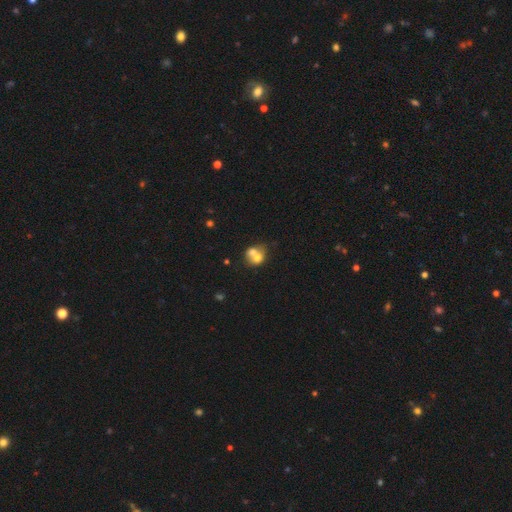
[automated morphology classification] Overall: smooth (64%; featured or disk 25%). How rounded: round (61%; in between 38%). Merging: merger (68%).